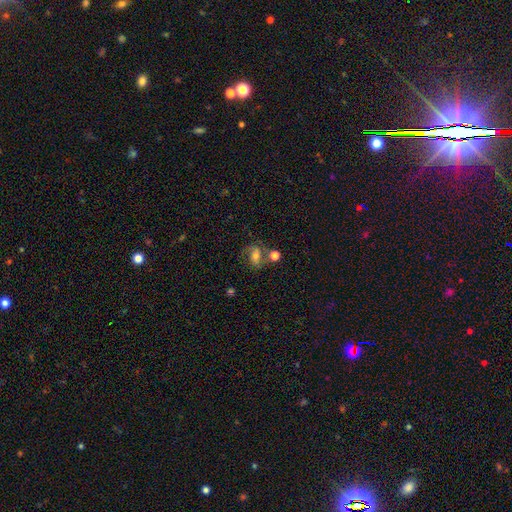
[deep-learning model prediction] The model was most divided on "bar" (2-way tie): weak: 40%, no: 40%, strong: 20%. More confident: edge-on disk — no (97%); spiral arms — yes (91%); spiral arm count — 2 (83%); smooth or featured — featured or disk (65%); bulge size — moderate (59%); merging — none (56%); spiral winding — medium (51%).